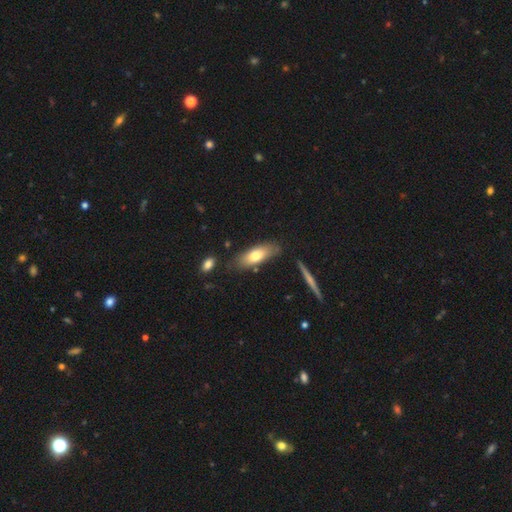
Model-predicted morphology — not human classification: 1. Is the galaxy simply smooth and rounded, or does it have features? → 69% smooth, 24% featured or disk, 7% star or artifact.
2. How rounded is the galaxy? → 69% in between, 29% cigar-shaped, 2% round.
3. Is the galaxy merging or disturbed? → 76% none, 16% minor disturbance, 5% merger, 4% major disturbance.